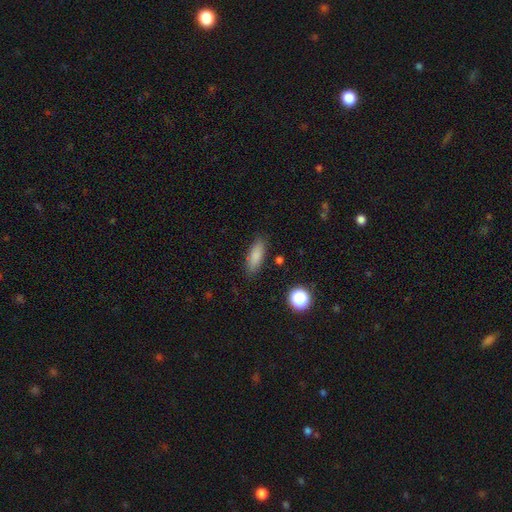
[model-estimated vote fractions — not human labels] The model was most divided on "how rounded": in between: 60%, cigar-shaped: 37%, round: 3%. More confident: merging — none (85%); smooth or featured — smooth (83%).